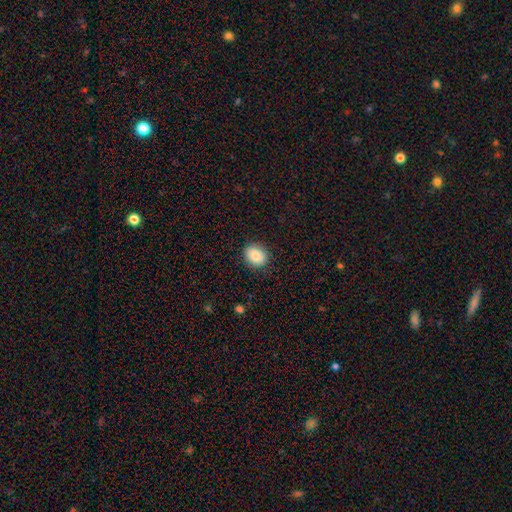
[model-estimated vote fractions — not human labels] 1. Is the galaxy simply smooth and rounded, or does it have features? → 85% smooth, 8% star or artifact, 6% featured or disk.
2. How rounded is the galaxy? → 56% round, 43% in between, 1% cigar-shaped.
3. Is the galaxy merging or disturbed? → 87% none, 9% minor disturbance, 3% major disturbance, 1% merger.